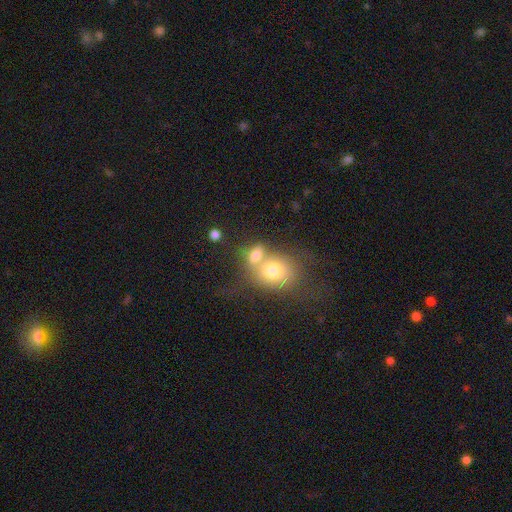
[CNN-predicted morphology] The model was most divided on "how rounded": in between: 59%, round: 39%, cigar-shaped: 2%. More confident: smooth or featured — smooth (71%); merging — merger (58%).